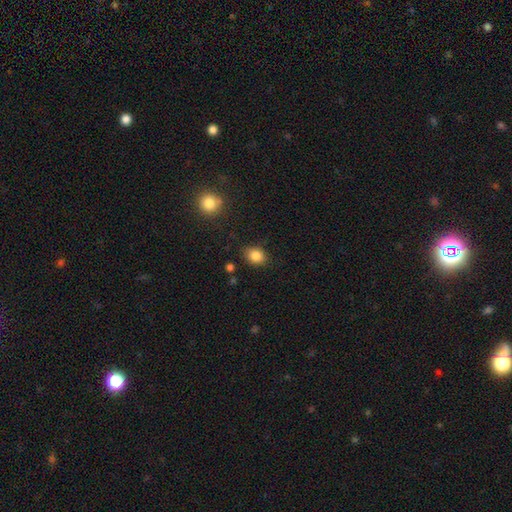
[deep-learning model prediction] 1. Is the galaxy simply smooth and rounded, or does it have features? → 84% smooth, 10% star or artifact, 5% featured or disk.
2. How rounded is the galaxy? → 51% in between, 48% round, 1% cigar-shaped.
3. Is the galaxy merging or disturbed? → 83% none, 12% minor disturbance, 3% major disturbance, 2% merger.